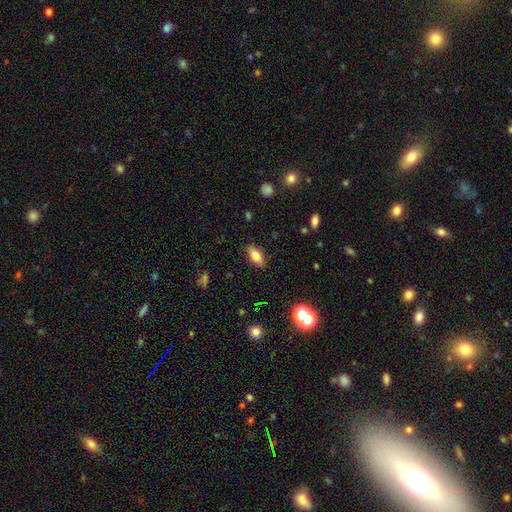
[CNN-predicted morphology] Q: Smooth or featured?
A: smooth (79%); runner-up: featured or disk (12%)
Q: How rounded?
A: in between (87%); runner-up: cigar-shaped (9%)
Q: Merging?
A: none (86%); runner-up: minor disturbance (10%)